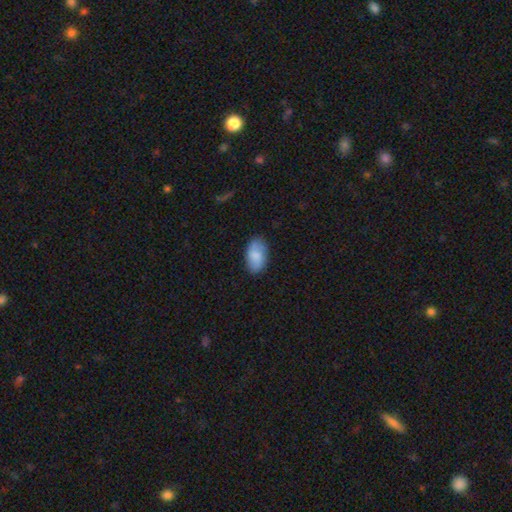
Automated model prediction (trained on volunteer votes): A smooth galaxy with no disk features (76%) that is in between round and cigar-shaped (94%). Merging: none (80%).